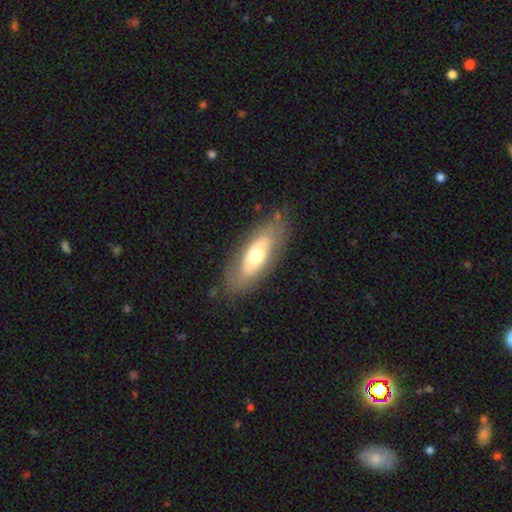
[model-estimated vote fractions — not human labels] Overall: smooth (51%; featured or disk 43%). How rounded: in between (79%). Merging: none (79%).